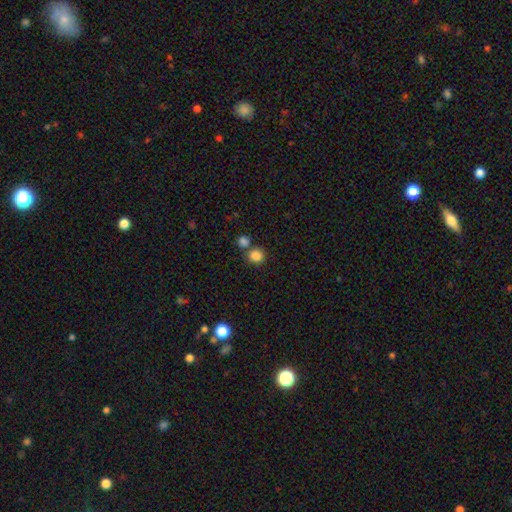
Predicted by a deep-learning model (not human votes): Overall: smooth (85%). How rounded: round (84%). Merging: none (64%; merger 25%).